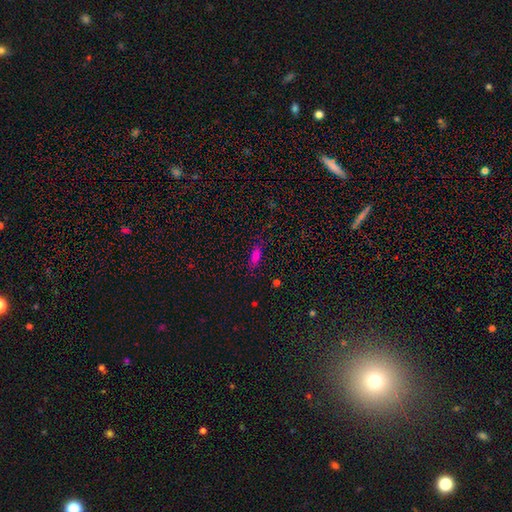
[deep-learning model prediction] This is likely a smooth galaxy (73%). How rounded: likely in between (72%). Merging: likely none (80%).